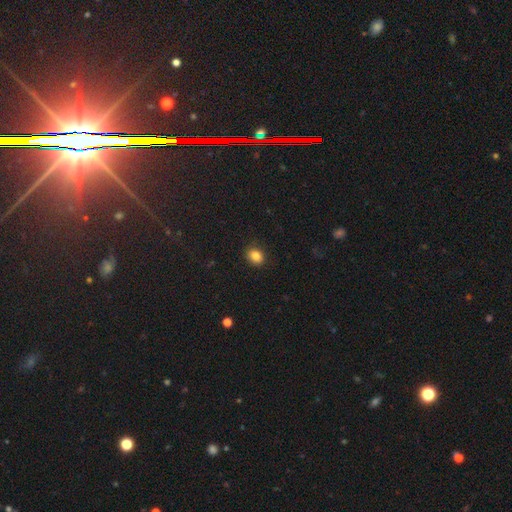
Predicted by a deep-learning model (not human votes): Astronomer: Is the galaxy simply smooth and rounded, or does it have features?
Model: smooth — 84%.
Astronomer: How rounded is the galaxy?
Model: in between — 52% (runner-up: round, 47%).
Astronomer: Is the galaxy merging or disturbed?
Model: none — 88%.